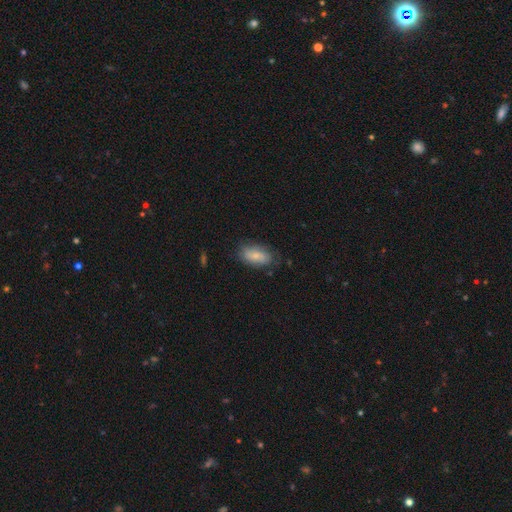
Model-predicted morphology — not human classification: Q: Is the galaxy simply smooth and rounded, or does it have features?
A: smooth — 69%.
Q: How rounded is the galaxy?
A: in between — 91%.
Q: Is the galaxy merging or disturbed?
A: none — 71%.